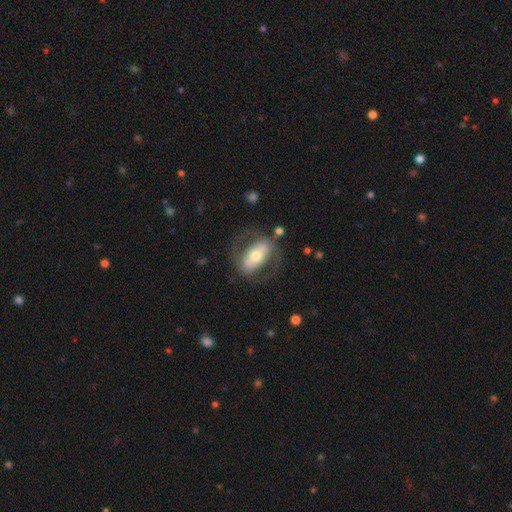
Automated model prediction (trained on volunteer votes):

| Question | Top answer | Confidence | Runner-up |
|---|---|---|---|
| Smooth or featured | featured or disk | 59% | smooth (36%) |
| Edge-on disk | no | 89% | yes (11%) |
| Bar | strong | 46% | no (31%) |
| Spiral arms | yes | 52% | no (48%) |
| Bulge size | moderate | 62% | small (22%) |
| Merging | none | 67% | minor disturbance (15%) |